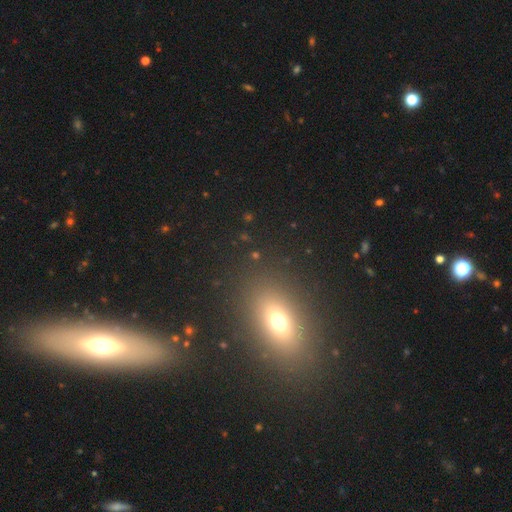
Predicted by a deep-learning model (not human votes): The model was most divided on "how rounded": in between: 52%, round: 41%, cigar-shaped: 8%. More confident: merging — none (84%); smooth or featured — smooth (54%).